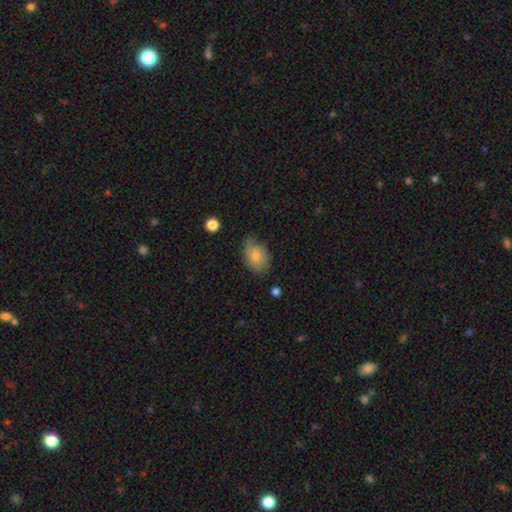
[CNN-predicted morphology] This appears to be a smooth galaxy with no disk features (64%) that is in between round and cigar-shaped (79%). Merging: none (61%).